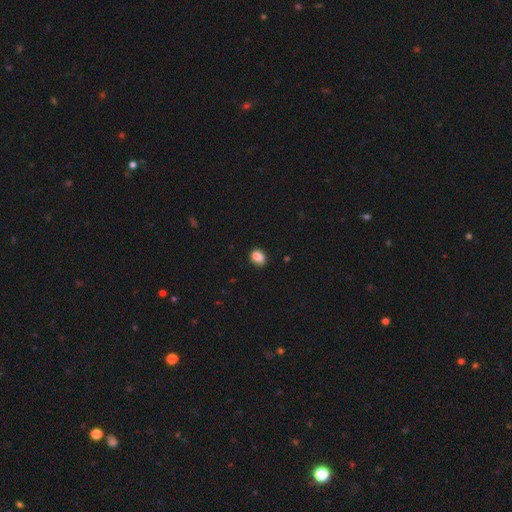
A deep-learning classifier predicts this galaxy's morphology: Q: Smooth or featured?
A: smooth (84%); runner-up: star or artifact (10%)
Q: How rounded?
A: in between (66%); runner-up: round (33%)
Q: Merging?
A: none (72%); runner-up: minor disturbance (19%)